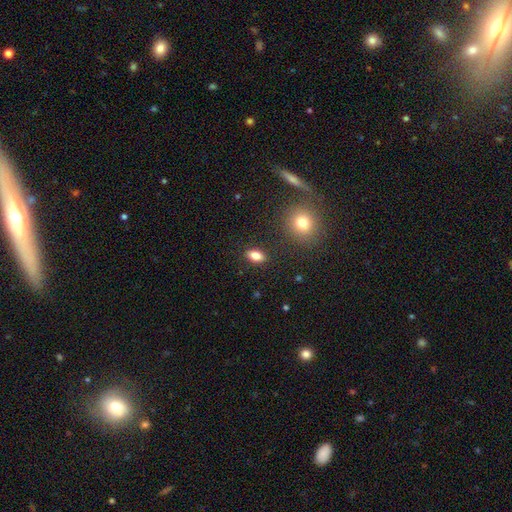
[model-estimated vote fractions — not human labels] Q: Smooth or featured?
A: smooth (82%); runner-up: star or artifact (10%)
Q: How rounded?
A: in between (87%); runner-up: round (9%)
Q: Merging?
A: none (88%); runner-up: minor disturbance (8%)